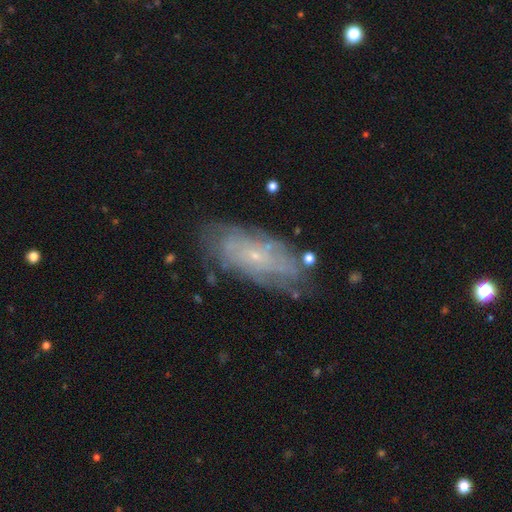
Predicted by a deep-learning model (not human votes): featured or disk 70%, smooth 22%, star or artifact 9%. Down the decision tree: edge-on disk — no (90%); bar — no (81%); spiral arms — yes (78%); bulge size — small (85%); merging — none (71%).